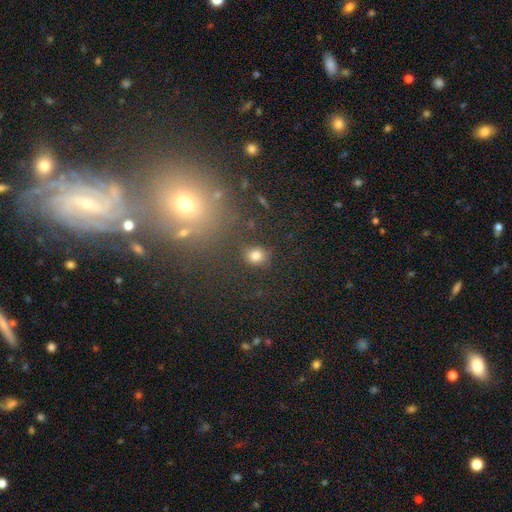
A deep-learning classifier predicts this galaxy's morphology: type=smooth (80%); roundness=round (74%); merging=none (81%).